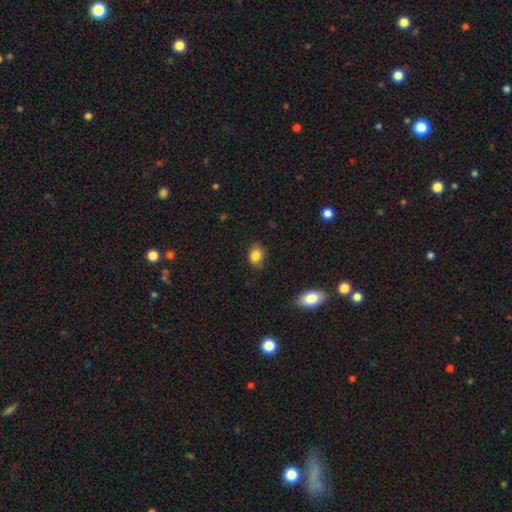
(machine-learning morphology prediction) smooth-or-featured: smooth: 86% | star or artifact: 9% | featured or disk: 5%
  how-rounded: in between: 58% | round: 41% | cigar-shaped: 1%
  merging: none: 80% | minor disturbance: 15% | major disturbance: 3% | merger: 1%